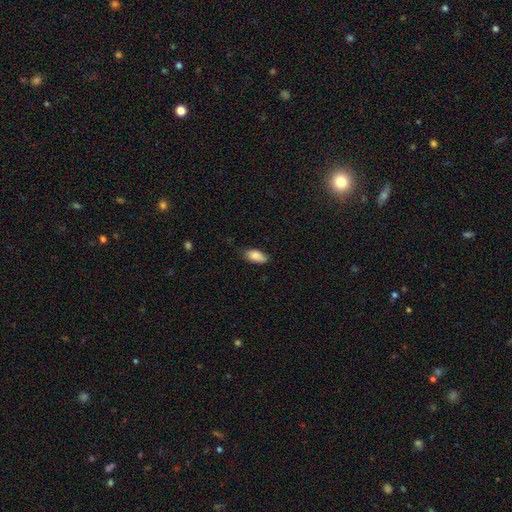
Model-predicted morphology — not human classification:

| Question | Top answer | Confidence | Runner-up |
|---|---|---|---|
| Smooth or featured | smooth | 85% | featured or disk (9%) |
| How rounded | in between | 91% | cigar-shaped (6%) |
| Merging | none | 69% | minor disturbance (26%) |